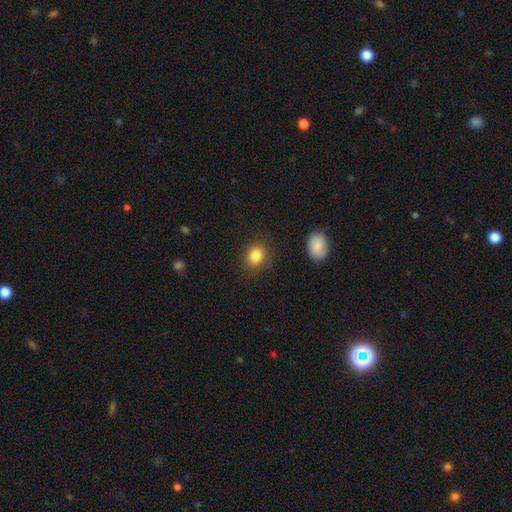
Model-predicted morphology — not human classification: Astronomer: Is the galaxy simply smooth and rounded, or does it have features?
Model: smooth — 85%.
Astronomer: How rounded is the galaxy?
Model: round — 64%.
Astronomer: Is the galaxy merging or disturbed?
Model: none — 83%.